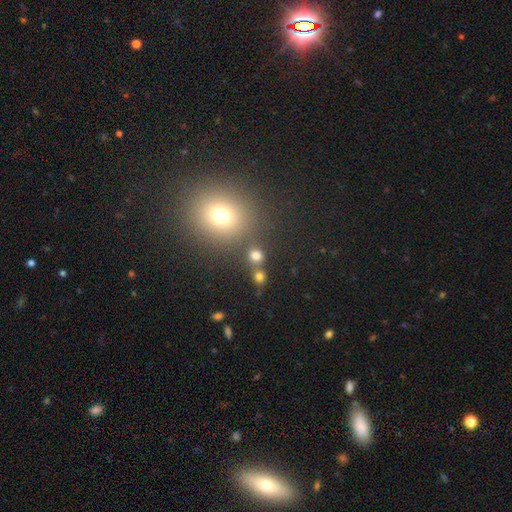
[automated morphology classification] A smooth galaxy with no disk features (74%) that is round (80%). Merging: none (67%).